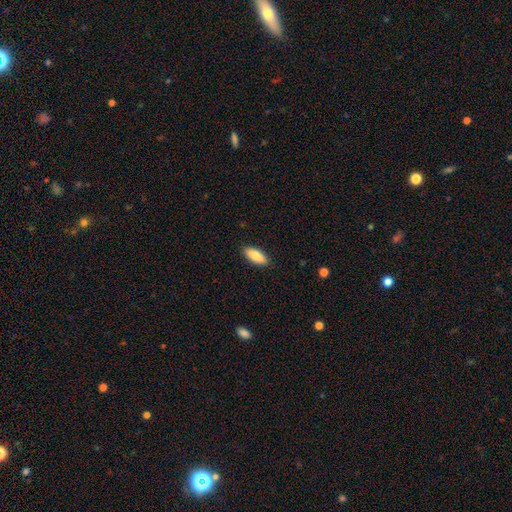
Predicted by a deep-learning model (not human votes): Morphology: type=smooth (86%); roundness=in between (76%); merging=none (89%).